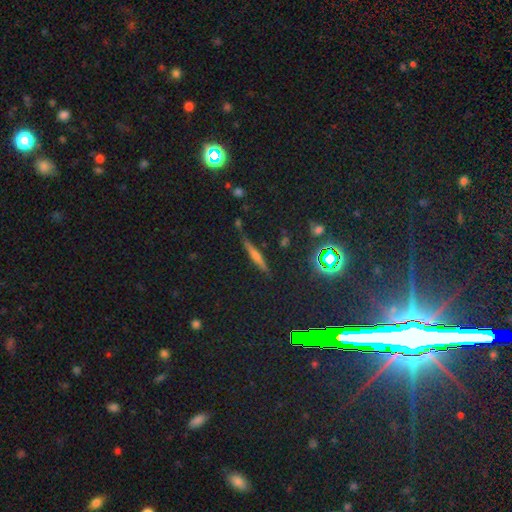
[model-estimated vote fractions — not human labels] Smooth or featured? Predicted: featured or disk (p=0.45). Merging? Predicted: none (p=0.83).